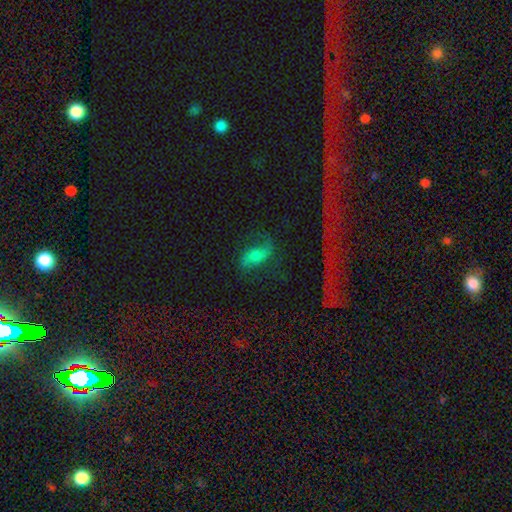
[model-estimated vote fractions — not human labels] featured or disk 52%, smooth 36%, star or artifact 12%. Down the decision tree: edge-on disk — no (91%); merging — none (57%).